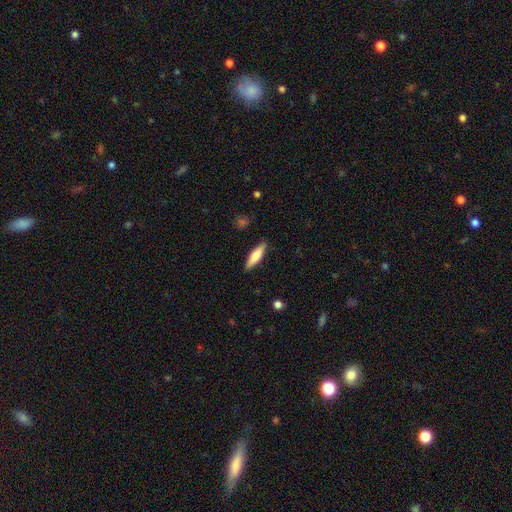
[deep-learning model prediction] This is likely a smooth galaxy (64%). How rounded: likely cigar-shaped (69%). Merging: clearly none (88%).